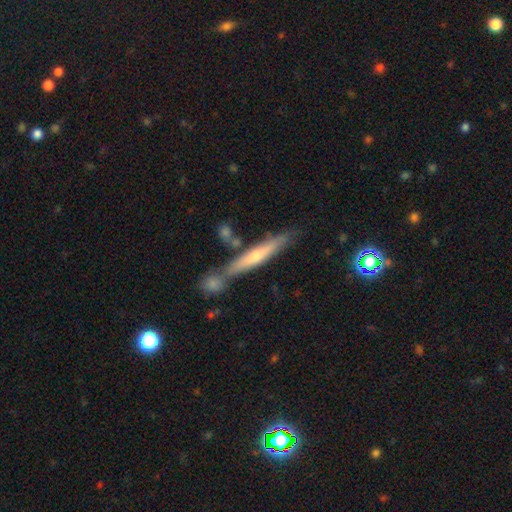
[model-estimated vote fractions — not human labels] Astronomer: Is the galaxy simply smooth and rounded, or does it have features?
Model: featured or disk — 60%.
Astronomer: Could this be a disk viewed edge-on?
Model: yes — 92%.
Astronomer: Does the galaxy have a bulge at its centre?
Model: rounded — 60%.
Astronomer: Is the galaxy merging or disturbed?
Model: none — 72%.